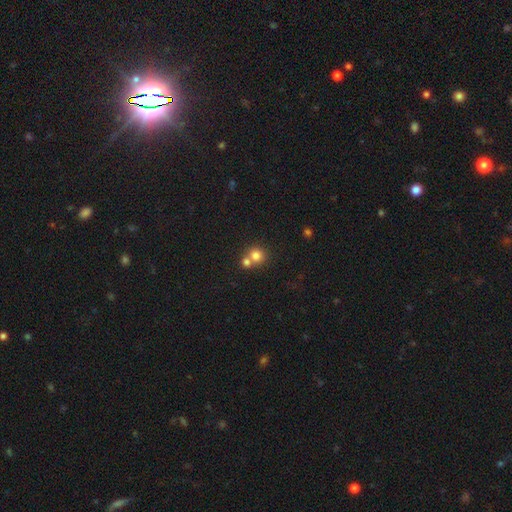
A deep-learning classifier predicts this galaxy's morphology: Smooth or featured?
  - smooth: 78% *
  - star or artifact: 12%
  - featured or disk: 10%
How rounded?
  - round: 88% *
  - in between: 11%
  - cigar-shaped: 1%
Merging?
  - merger: 48% *
  - none: 44%
  - minor disturbance: 6%
  - major disturbance: 2%